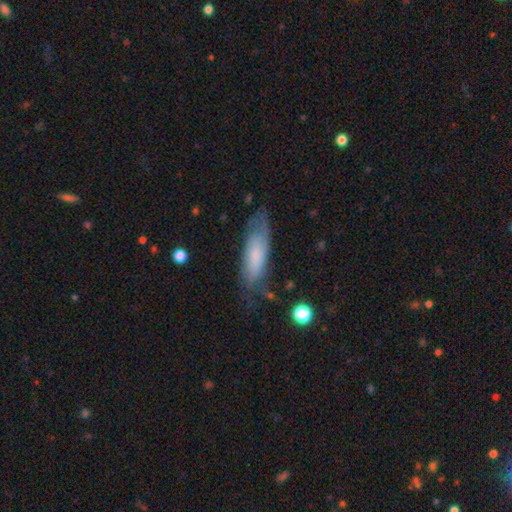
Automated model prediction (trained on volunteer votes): This appears to be a smooth galaxy with no disk features (54%) that is in between round and cigar-shaped (57%). Merging: none (62%).